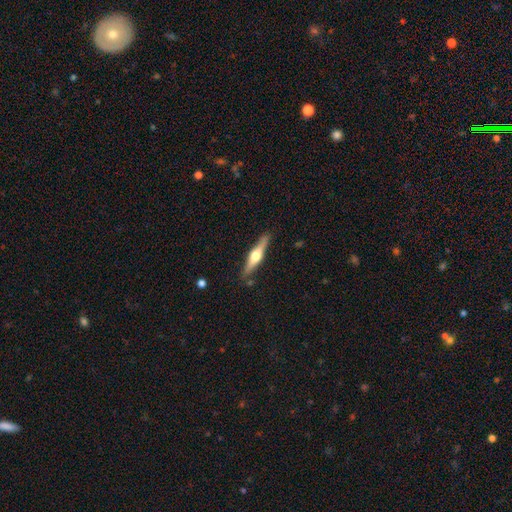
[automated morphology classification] Smooth or featured?
  - featured or disk: 67% *
  - smooth: 28%
  - star or artifact: 5%
Edge-on disk?
  - yes: 97% *
  - no: 3%
Edge-on bulge?
  - rounded: 94% *
  - boxy: 4%
  - none: 2%
Merging?
  - none: 87% *
  - minor disturbance: 9%
  - merger: 2%
  - major disturbance: 2%